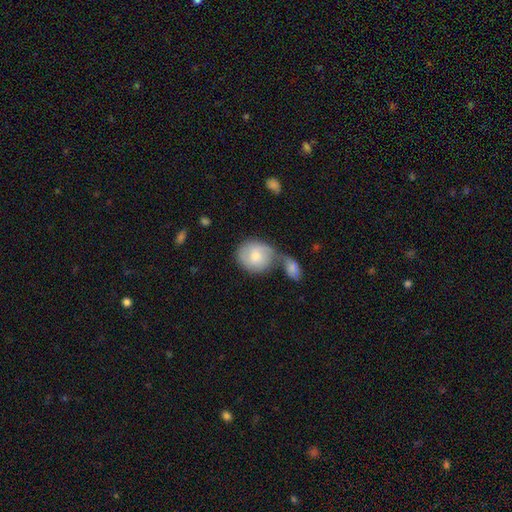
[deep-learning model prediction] A smooth galaxy with no disk features (66%) that is round (70%). Merging: merger (47%).